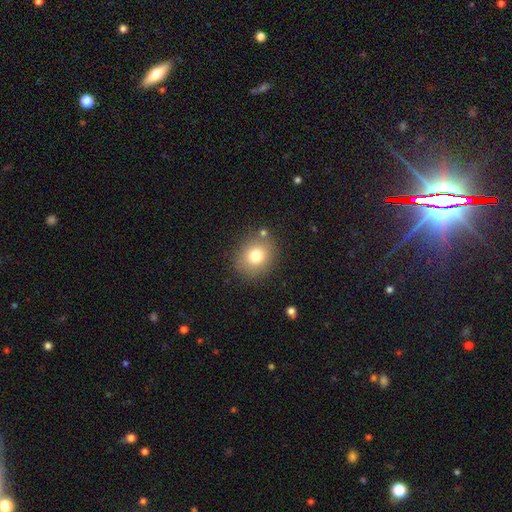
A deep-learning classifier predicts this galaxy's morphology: The model was most divided on "how rounded": round: 70%, in between: 29%, cigar-shaped: 1%. More confident: merging — none (81%); smooth or featured — smooth (77%).